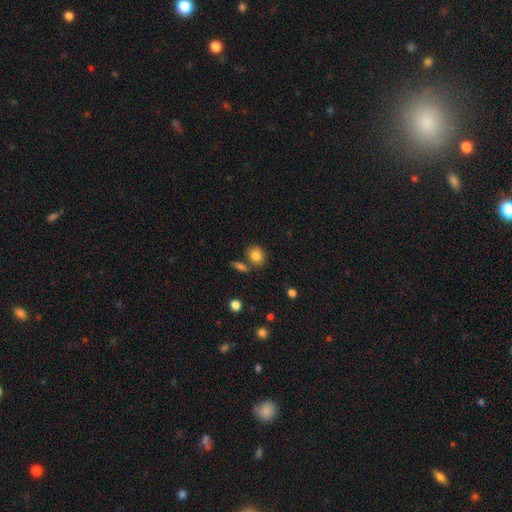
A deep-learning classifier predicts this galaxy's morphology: Smooth or featured? Predicted: smooth (p=0.82). How rounded? Predicted: round (p=0.53). Merging? Predicted: none (p=0.73).